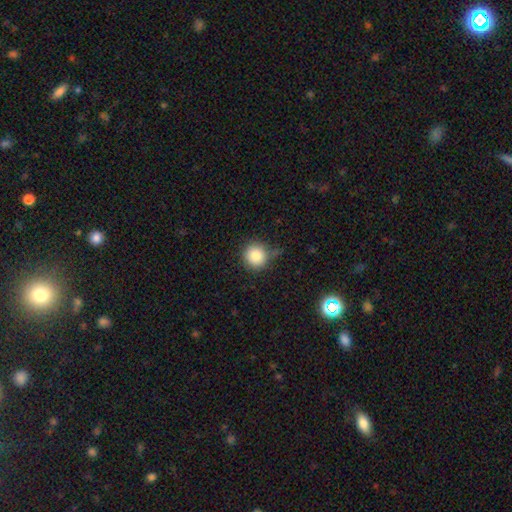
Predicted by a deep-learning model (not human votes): Smooth or featured? Predicted: smooth (p=0.85). How rounded? Predicted: round (p=0.92). Merging? Predicted: none (p=0.69).